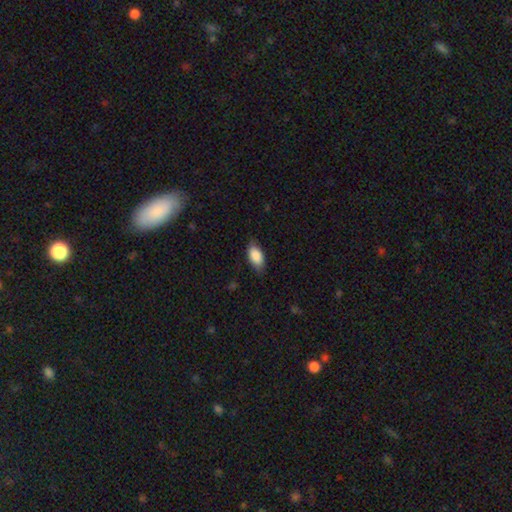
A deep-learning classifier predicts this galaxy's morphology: Smooth or featured? smooth (87%)
How rounded? in between (92%)
Merging? none (80%)